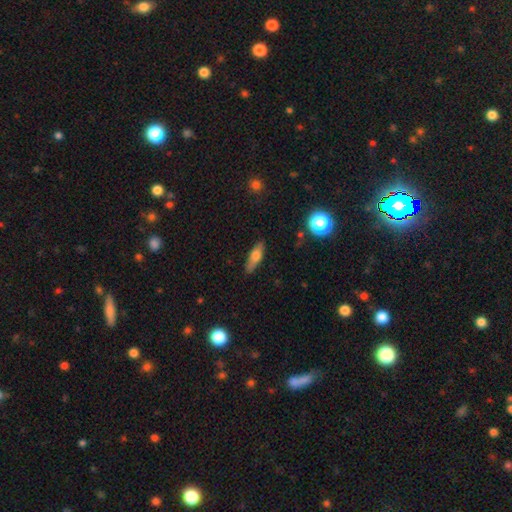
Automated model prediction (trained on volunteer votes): A smooth galaxy with no disk features (60%) that is cigar-shaped (49%).

Vote fractions:
- Smooth or featured? smooth: 60% / featured or disk: 32% / star or artifact: 8%
- How rounded? cigar-shaped: 49% / in between: 48% / round: 3%
- Merging? none: 84% / minor disturbance: 12% / major disturbance: 2% / merger: 1%